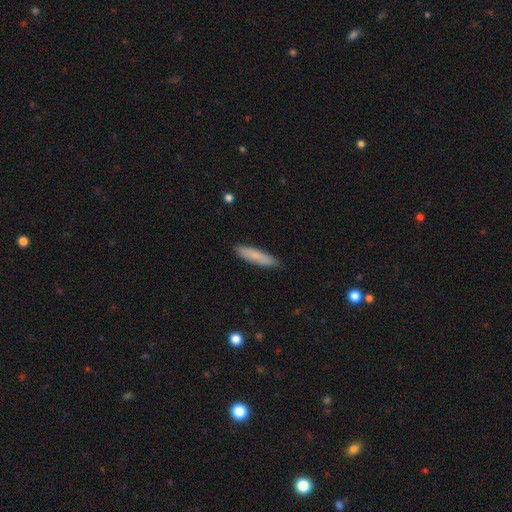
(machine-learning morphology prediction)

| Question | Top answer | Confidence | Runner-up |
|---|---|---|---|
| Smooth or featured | smooth | 82% | featured or disk (13%) |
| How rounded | cigar-shaped | 81% | in between (17%) |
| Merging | none | 88% | minor disturbance (10%) |